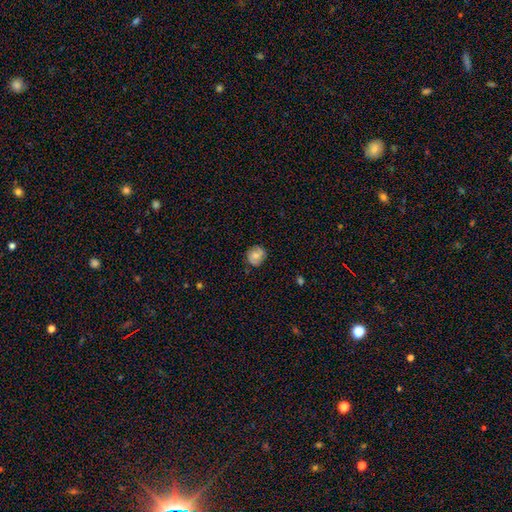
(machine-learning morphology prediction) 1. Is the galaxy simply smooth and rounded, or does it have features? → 61% smooth, 31% featured or disk, 9% star or artifact.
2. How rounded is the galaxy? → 77% round, 23% in between, 1% cigar-shaped.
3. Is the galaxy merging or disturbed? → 76% none, 19% minor disturbance, 4% major disturbance, 1% merger.